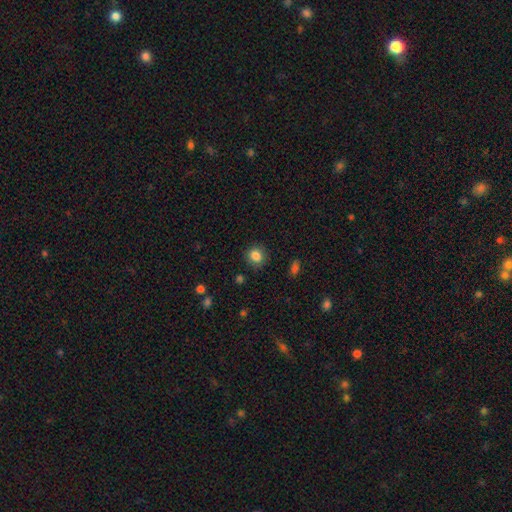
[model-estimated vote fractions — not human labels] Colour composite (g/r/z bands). It shows a smooth galaxy with no disk features (85%) that is round (78%). Merging: none (86%).